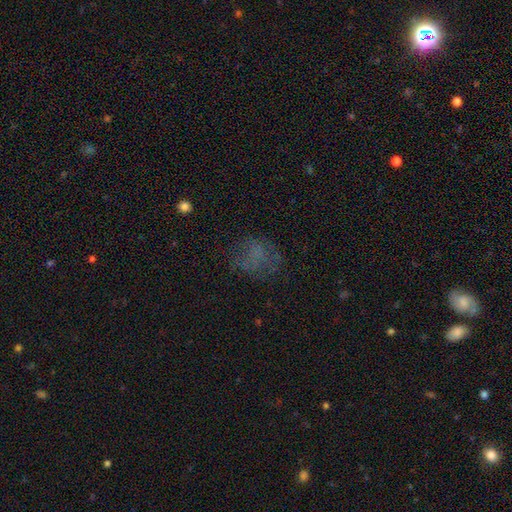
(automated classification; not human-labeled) Smooth or featured? Predicted: smooth (p=0.50). Merging? Predicted: none (p=0.57).